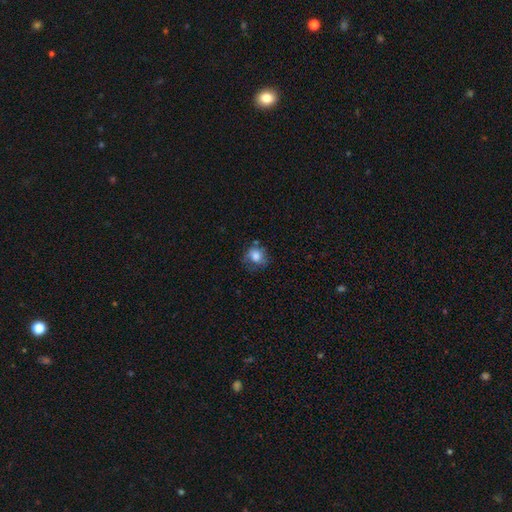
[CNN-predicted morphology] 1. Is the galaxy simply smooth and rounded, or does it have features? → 76% smooth, 14% featured or disk, 10% star or artifact.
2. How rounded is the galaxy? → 74% round, 25% in between, 1% cigar-shaped.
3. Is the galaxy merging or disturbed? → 55% none, 28% minor disturbance, 12% major disturbance, 4% merger.